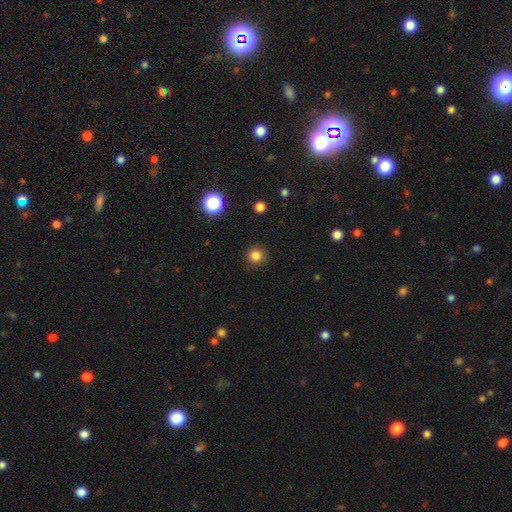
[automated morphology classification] Q: Smooth or featured?
A: smooth (83%); runner-up: star or artifact (13%)
Q: How rounded?
A: round (93%); runner-up: in between (6%)
Q: Merging?
A: none (91%); runner-up: minor disturbance (6%)